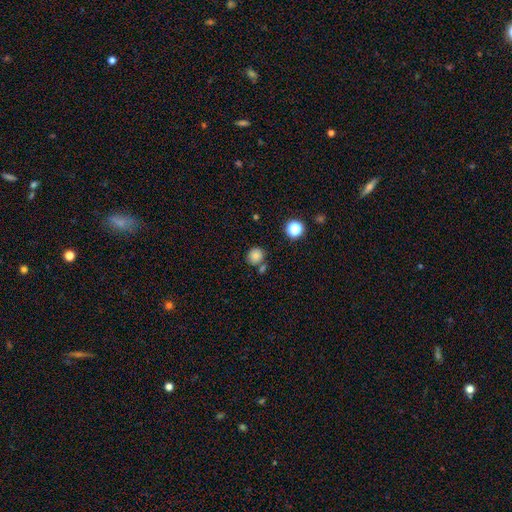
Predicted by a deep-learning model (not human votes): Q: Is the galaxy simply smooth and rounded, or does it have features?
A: smooth — 81%.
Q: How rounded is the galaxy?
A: round — 87%.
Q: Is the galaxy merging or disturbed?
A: none — 69%.